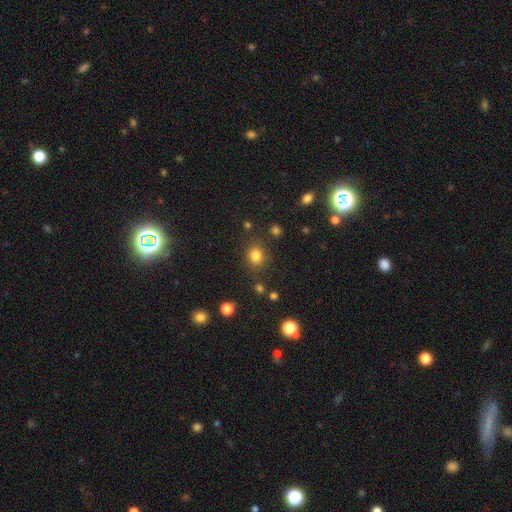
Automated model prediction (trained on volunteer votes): Q: Smooth or featured?
A: smooth (80%); runner-up: star or artifact (14%)
Q: How rounded?
A: round (70%); runner-up: in between (29%)
Q: Merging?
A: none (81%); runner-up: minor disturbance (11%)